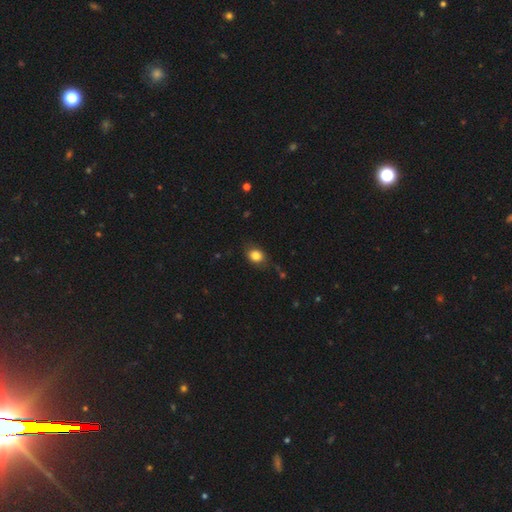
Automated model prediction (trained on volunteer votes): A smooth galaxy with no disk features (82%) that is in between round and cigar-shaped (54%).

Vote fractions:
- Smooth or featured? smooth: 82% / star or artifact: 10% / featured or disk: 8%
- How rounded? in between: 54% / round: 44% / cigar-shaped: 1%
- Merging? none: 74% / minor disturbance: 19% / major disturbance: 5% / merger: 2%